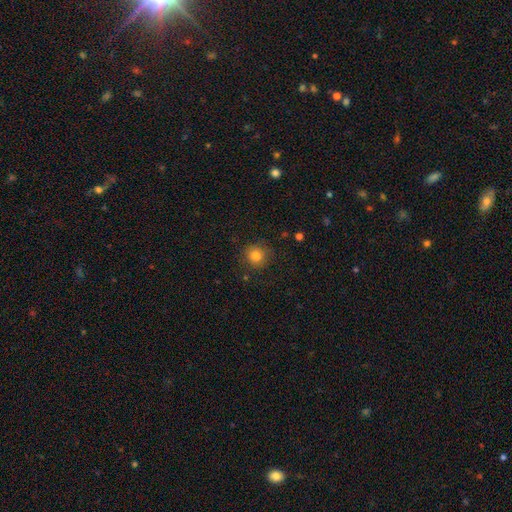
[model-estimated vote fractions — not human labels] The model was most divided on "smooth or featured": smooth: 82%, star or artifact: 12%, featured or disk: 6%. More confident: how rounded — round (93%); merging — none (86%).